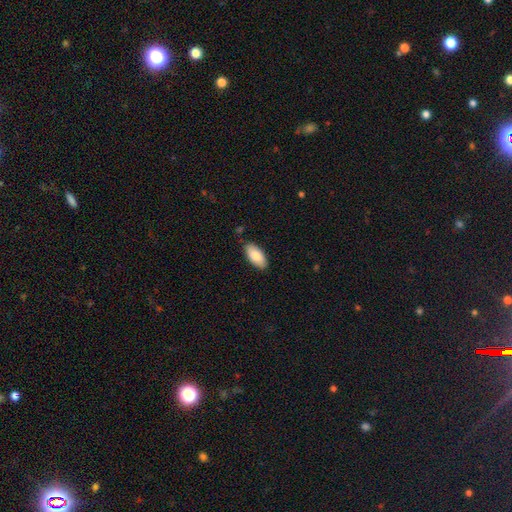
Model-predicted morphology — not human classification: smooth_or_featured: smooth (p=0.85) [alt: featured or disk p=0.09]
how_rounded: in between (p=0.91) [alt: cigar-shaped p=0.07]
merging: none (p=0.84) [alt: minor disturbance p=0.13]